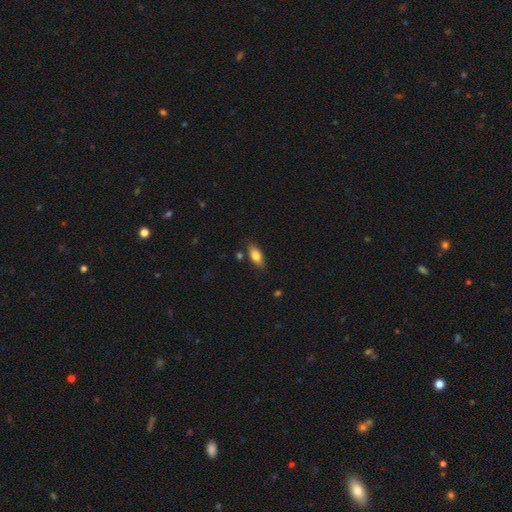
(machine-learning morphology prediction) Smooth or featured?
  - smooth: 79% *
  - featured or disk: 14%
  - star or artifact: 7%
How rounded?
  - in between: 83% *
  - cigar-shaped: 14%
  - round: 3%
Merging?
  - none: 80% *
  - minor disturbance: 14%
  - merger: 3%
  - major disturbance: 3%